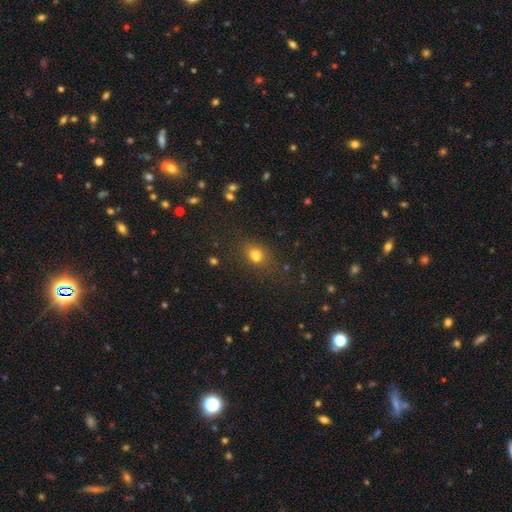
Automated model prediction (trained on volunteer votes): Smooth or featured? Predicted: smooth (p=0.77). How rounded? Predicted: in between (p=0.53). Merging? Predicted: none (p=0.72).